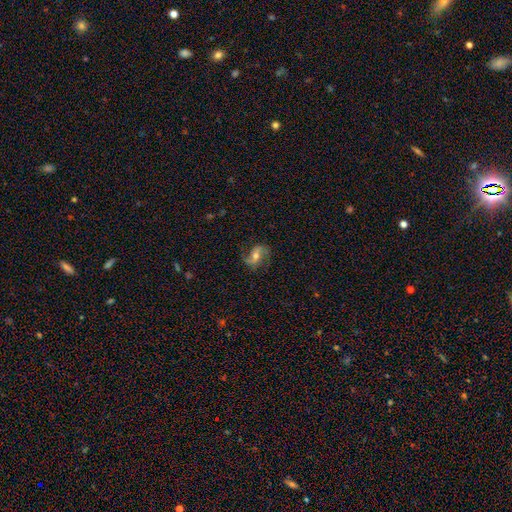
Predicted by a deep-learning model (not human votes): Smooth or featured?
  - featured or disk: 77% *
  - smooth: 15%
  - star or artifact: 8%
Edge-on disk?
  - no: 96% *
  - yes: 4%
Bar?
  - weak: 40% *
  - no: 33%
  - strong: 27%
Spiral arms?
  - yes: 94% *
  - no: 6%
Spiral winding?
  - loose: 54% *
  - medium: 36%
  - tight: 10%
Spiral arm count?
  - 2: 89% *
  - 1: 4%
  - can't tell: 3%
  - 3: 1%
  - 4: 1%
  - more than 4: 1%
Bulge size?
  - moderate: 65% *
  - small: 26%
  - large: 6%
  - none: 2%
  - dominant: 1%
Merging?
  - none: 75% *
  - minor disturbance: 16%
  - major disturbance: 8%
  - merger: 1%